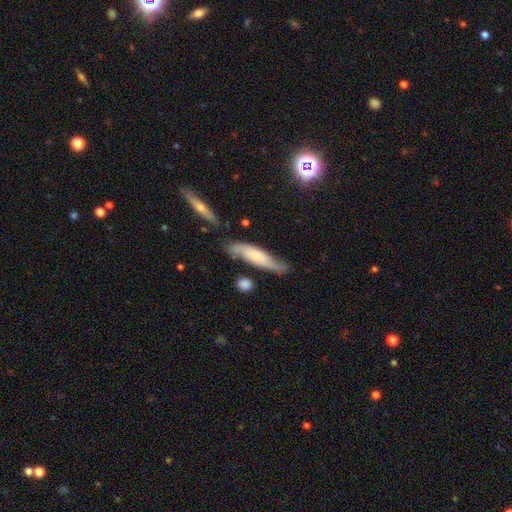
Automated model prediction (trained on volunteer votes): Q: Smooth or featured?
A: smooth (48%); runner-up: featured or disk (45%)
Q: Merging?
A: none (62%); runner-up: minor disturbance (25%)